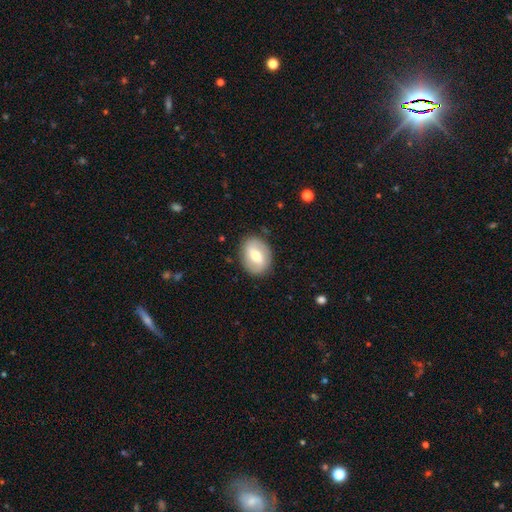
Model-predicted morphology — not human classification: Smooth or featured?
  - featured or disk: 47% * (tied)
  - smooth: 47% * (tied)
  - star or artifact: 6%
Merging?
  - none: 84% *
  - minor disturbance: 11%
  - major disturbance: 4%
  - merger: 1%